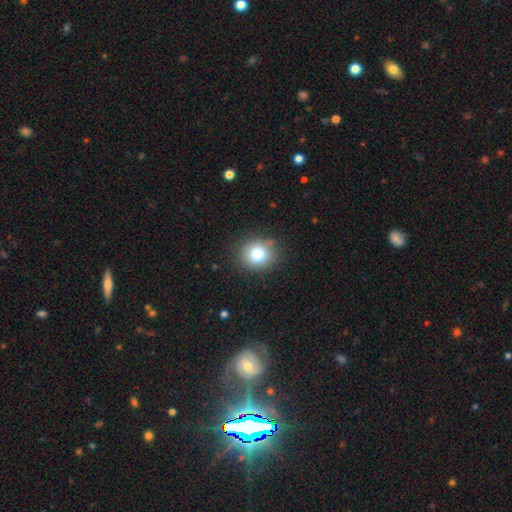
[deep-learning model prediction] Overall: smooth (79%). How rounded: round (83%). Merging: none (85%).